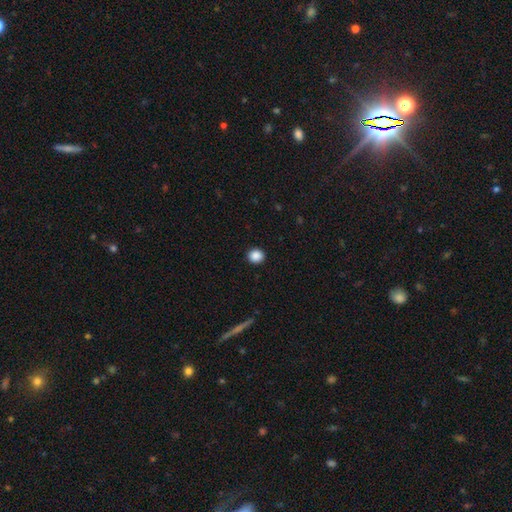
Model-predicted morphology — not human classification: The model was most divided on "how rounded": round: 86%, in between: 13%, cigar-shaped: 1%. More confident: merging — none (92%); smooth or featured — smooth (88%).